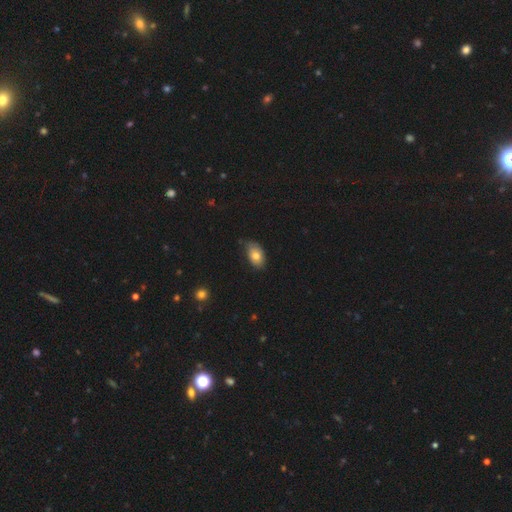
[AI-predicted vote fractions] smooth_or_featured: smooth (p=0.77) [alt: featured or disk p=0.16]
how_rounded: in between (p=0.91) [alt: round p=0.07]
merging: none (p=0.62) [alt: minor disturbance p=0.32]